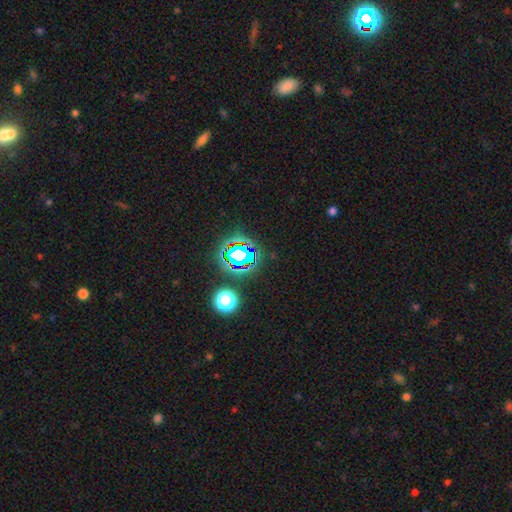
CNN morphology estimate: A star or artifact, not a galaxy (74%).

Vote fractions:
- Smooth or featured? star or artifact: 74% / smooth: 17% / featured or disk: 9%